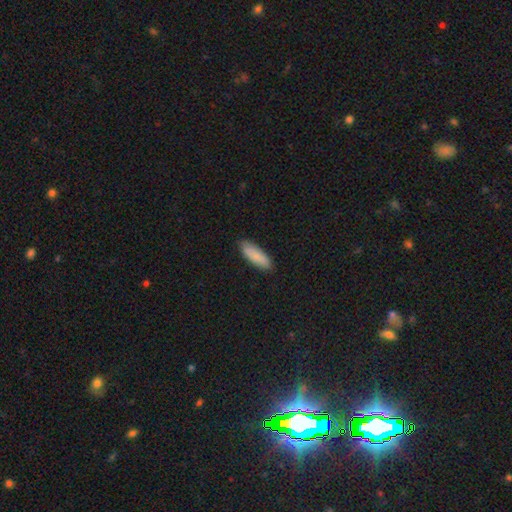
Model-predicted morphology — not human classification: smooth 87%, featured or disk 8%, star or artifact 6%. Down the decision tree: how rounded — in between (55%); merging — none (87%).